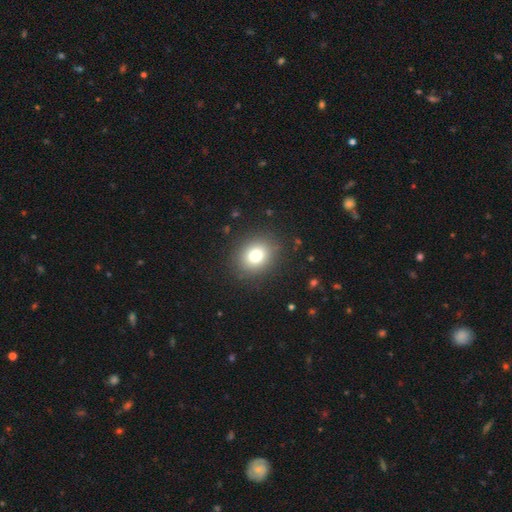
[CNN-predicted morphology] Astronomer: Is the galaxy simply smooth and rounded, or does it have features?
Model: smooth — 78%.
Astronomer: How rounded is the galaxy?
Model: round — 61% (runner-up: in between, 38%).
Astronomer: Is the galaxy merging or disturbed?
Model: none — 88%.